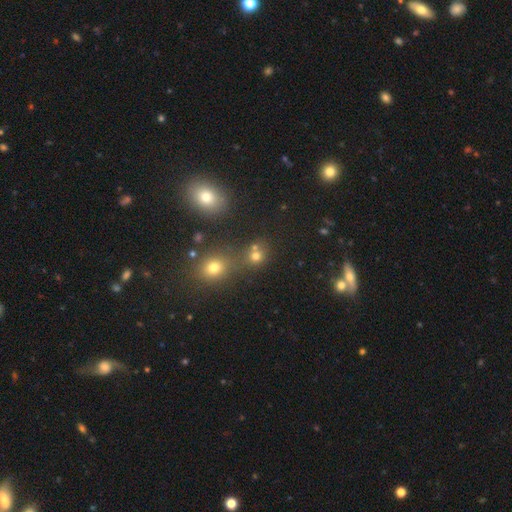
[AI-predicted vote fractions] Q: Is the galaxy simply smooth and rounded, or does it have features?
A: smooth — 69%.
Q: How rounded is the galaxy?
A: round — 83%.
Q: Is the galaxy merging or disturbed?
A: none — 58%.